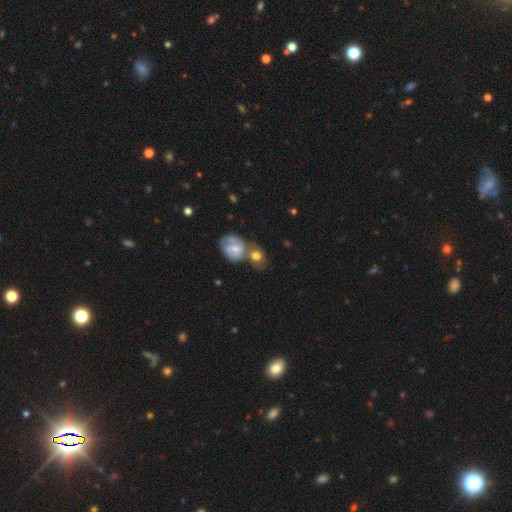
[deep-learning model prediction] This is likely a smooth galaxy (61%). How rounded: possibly round (58%). Merging: possibly merger (49%).